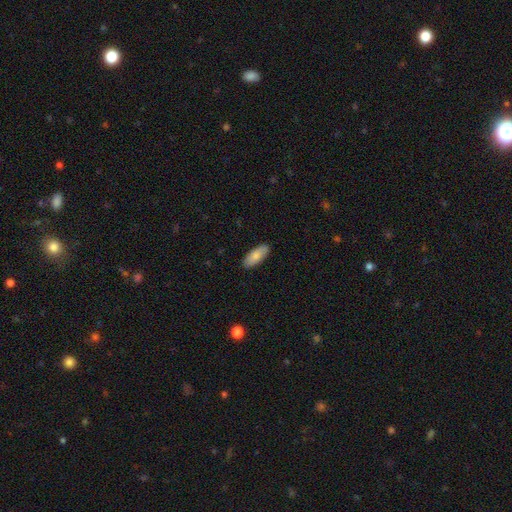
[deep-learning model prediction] The model was most divided on "how rounded": in between: 82%, cigar-shaped: 17%, round: 2%. More confident: merging — none (87%); smooth or featured — smooth (80%).